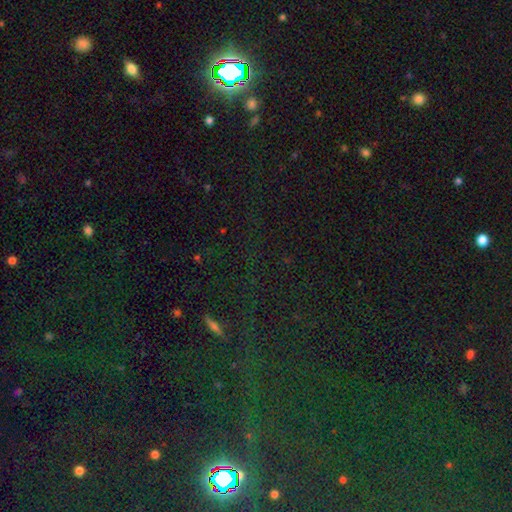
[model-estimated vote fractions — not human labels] A star or artifact, not a galaxy (77%).